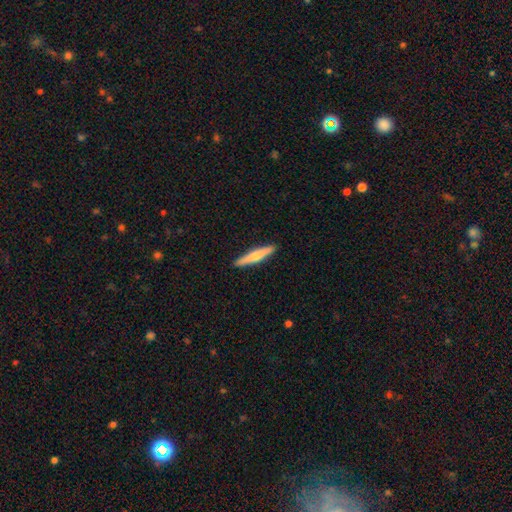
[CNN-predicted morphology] Smooth or featured?
  - smooth: 53% *
  - featured or disk: 42%
  - star or artifact: 5%
How rounded?
  - cigar-shaped: 92% *
  - in between: 7%
  - round: 1%
Merging?
  - none: 92% *
  - minor disturbance: 6%
  - major disturbance: 1%
  - merger: 1%